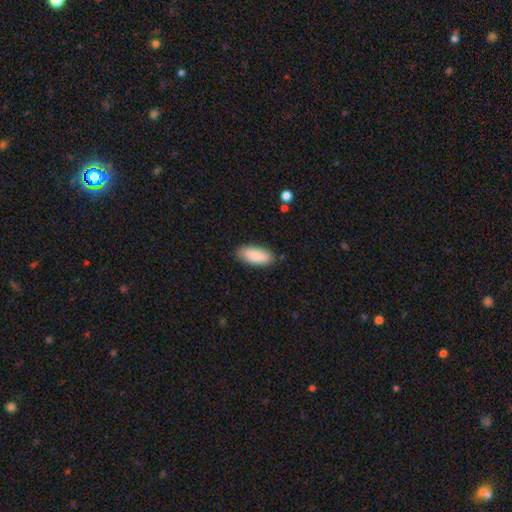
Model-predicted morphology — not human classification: smooth 87%, featured or disk 7%, star or artifact 6%. Down the decision tree: how rounded — in between (85%); merging — none (85%).